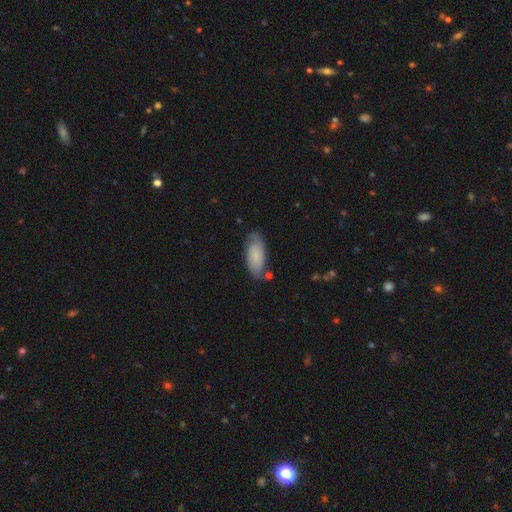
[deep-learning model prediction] This is likely a smooth galaxy (68%). How rounded: clearly in between (80%). Merging: likely none (70%).